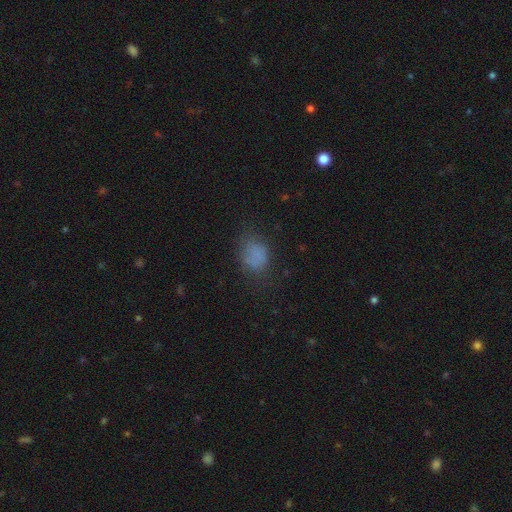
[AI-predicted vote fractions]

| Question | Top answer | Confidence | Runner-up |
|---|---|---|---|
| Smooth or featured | smooth | 74% | star or artifact (15%) |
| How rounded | in between | 61% | round (37%) |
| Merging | none | 60% | minor disturbance (24%) |